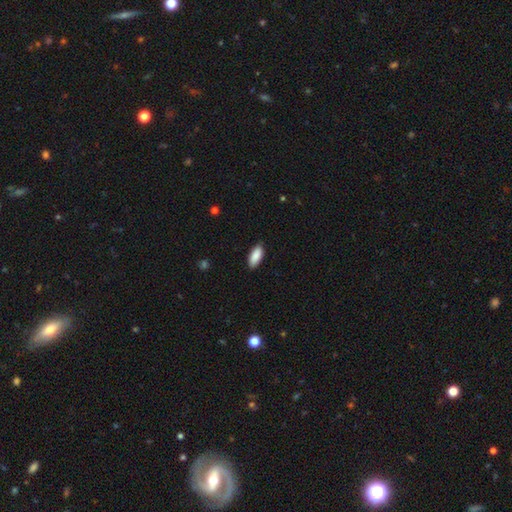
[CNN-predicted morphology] Smooth or featured? smooth (89%)
How rounded? in between (84%)
Merging? none (87%)